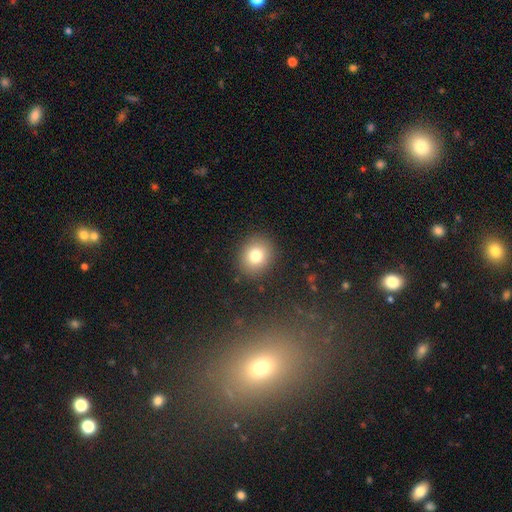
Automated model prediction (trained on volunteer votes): Smooth or featured?
  - smooth: 78% *
  - star or artifact: 12%
  - featured or disk: 10%
How rounded?
  - round: 79% *
  - in between: 20%
  - cigar-shaped: 1%
Merging?
  - none: 89% *
  - minor disturbance: 7%
  - major disturbance: 3%
  - merger: 1%